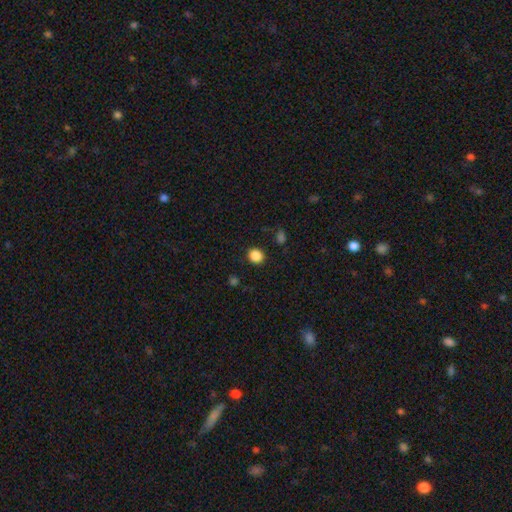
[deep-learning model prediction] Smooth or featured? smooth (86%)
How rounded? round (79%)
Merging? none (89%)